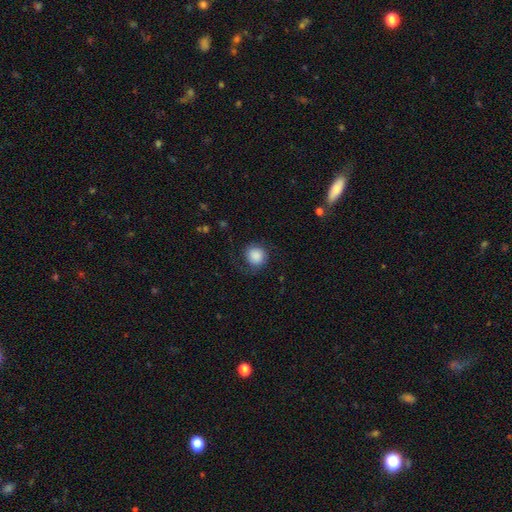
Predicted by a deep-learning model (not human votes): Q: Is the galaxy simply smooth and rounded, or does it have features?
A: smooth — 81%.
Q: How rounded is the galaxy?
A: round — 87%.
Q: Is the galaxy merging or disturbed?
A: none — 73%.